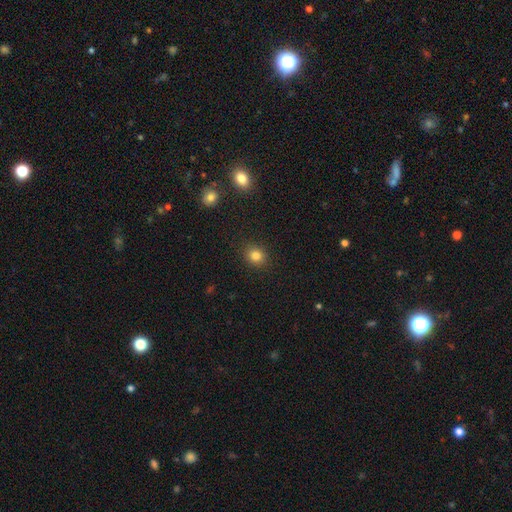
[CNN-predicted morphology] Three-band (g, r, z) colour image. It shows a smooth galaxy with no disk features (82%) that is round (75%). Merging: none (90%).